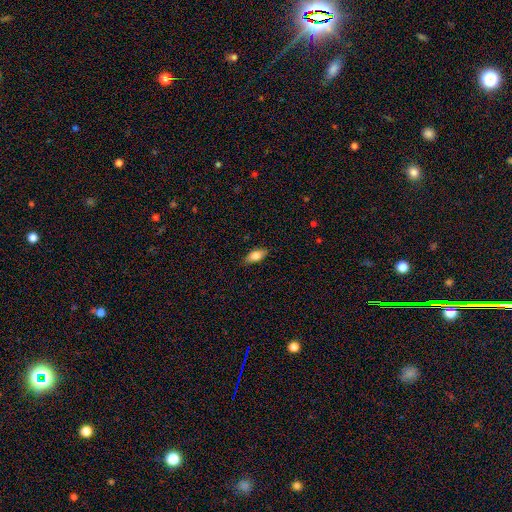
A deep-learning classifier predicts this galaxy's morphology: Smooth or featured? smooth (80%)
How rounded? in between (83%)
Merging? none (86%)